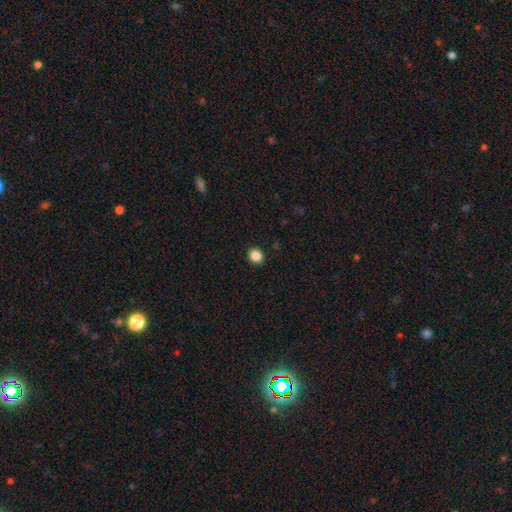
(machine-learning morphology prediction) type=smooth (87%); roundness=round (76%); merging=none (92%).